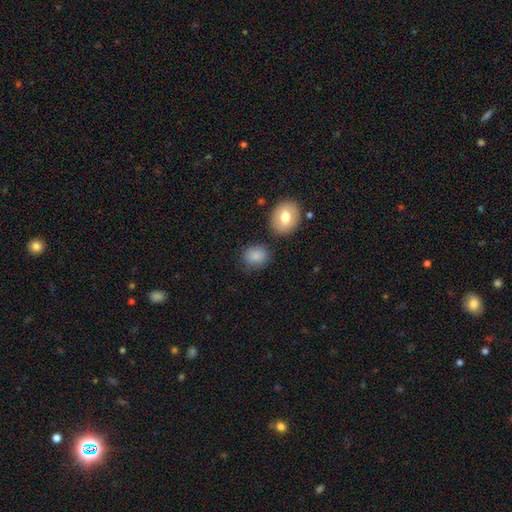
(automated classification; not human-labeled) This appears to be a smooth galaxy with no disk features (84%) that is round (67%). Merging: none (77%).